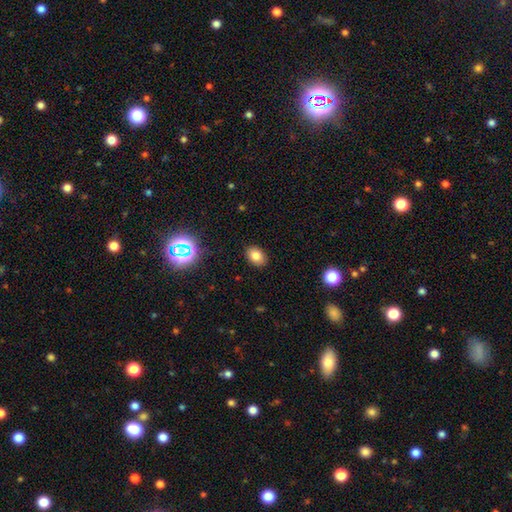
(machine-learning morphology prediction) smooth-or-featured: smooth: 81% | star or artifact: 12% | featured or disk: 7%
  how-rounded: in between: 77% | round: 22% | cigar-shaped: 1%
  merging: none: 89% | minor disturbance: 8% | major disturbance: 2% | merger: 1%